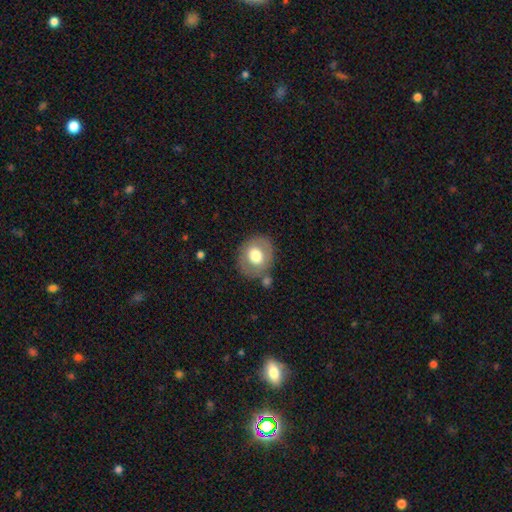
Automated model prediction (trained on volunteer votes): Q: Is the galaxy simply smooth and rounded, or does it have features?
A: smooth — 62%.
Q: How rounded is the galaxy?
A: round — 66%.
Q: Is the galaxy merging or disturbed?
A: none — 73%.